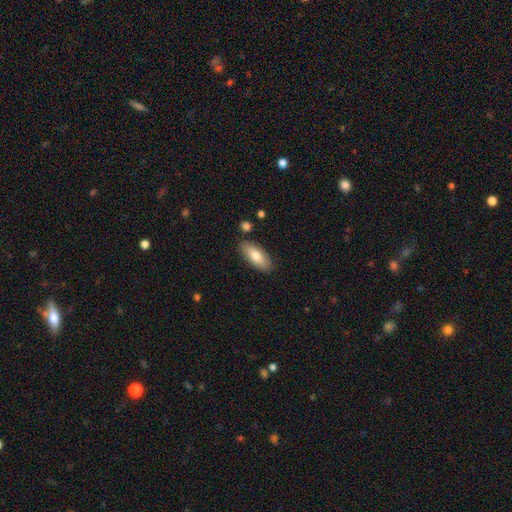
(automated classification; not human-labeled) A smooth galaxy with no disk features (77%) that is in between round and cigar-shaped (79%).

Vote fractions:
- Smooth or featured? smooth: 77% / featured or disk: 17% / star or artifact: 6%
- How rounded? in between: 79% / cigar-shaped: 19% / round: 2%
- Merging? none: 85% / minor disturbance: 10% / merger: 3% / major disturbance: 2%